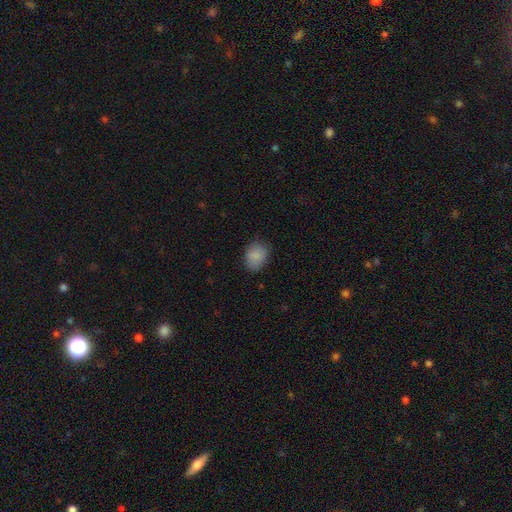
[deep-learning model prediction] smooth 87%, star or artifact 8%, featured or disk 6%. Down the decision tree: how rounded — in between (63%); merging — none (77%).